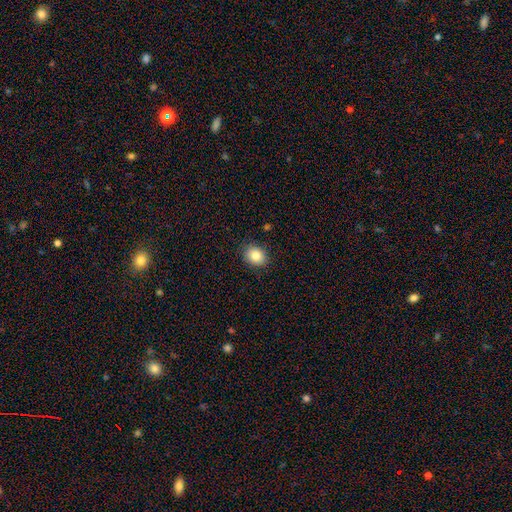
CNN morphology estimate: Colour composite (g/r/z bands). It shows a smooth galaxy with no disk features (84%) that is in between round and cigar-shaped (52%). Merging: none (87%).